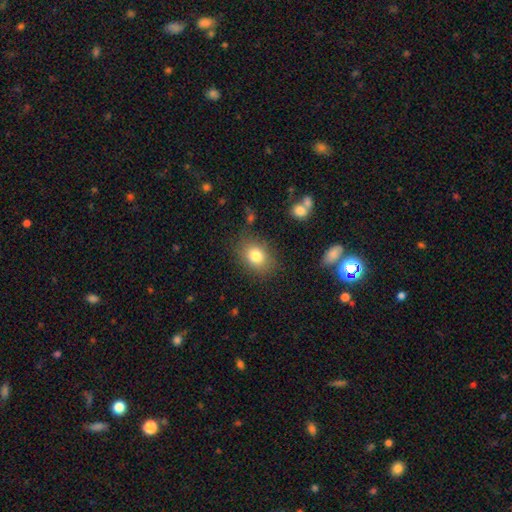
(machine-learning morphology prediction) smooth_or_featured: smooth (p=0.80) [alt: star or artifact p=0.10]
how_rounded: in between (p=0.61) [alt: round p=0.38]
merging: none (p=0.79) [alt: minor disturbance p=0.14]